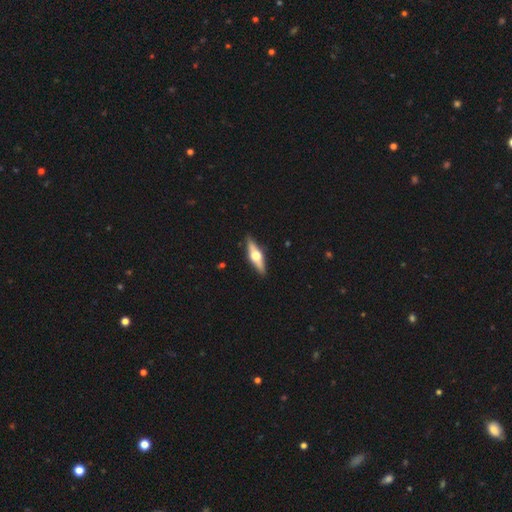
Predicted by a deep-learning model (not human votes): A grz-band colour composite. It shows a featured or disk galaxy (65%) viewed edge-on (95%) with a rounded central bulge (95%). Merging: none (90%).